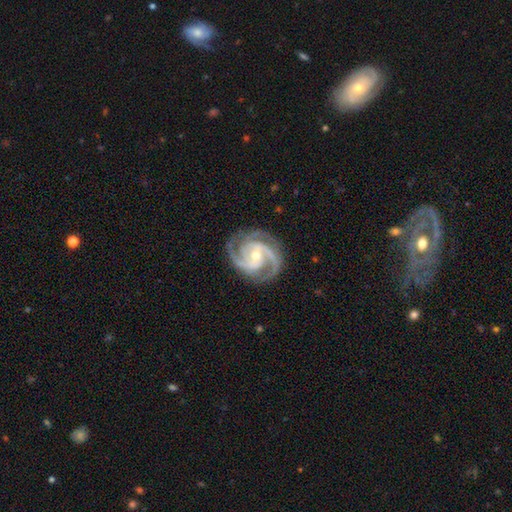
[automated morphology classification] This appears to be a featured or disk galaxy (94%) with no bar (48%), 3 (58%) tight (52%) spiral arms (99%) and a moderate central bulge (50%). Merging: none (81%).